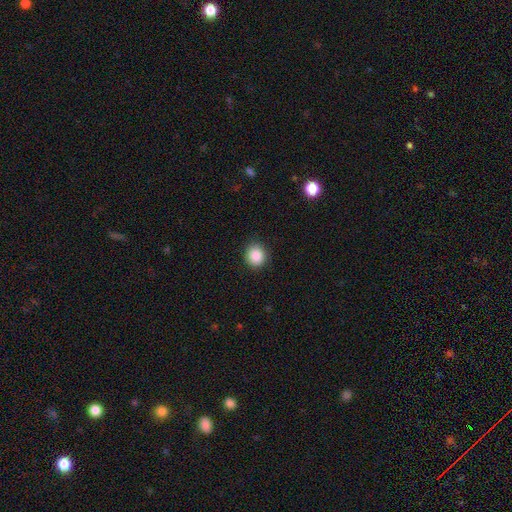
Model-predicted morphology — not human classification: Overall: smooth (88%). How rounded: round (79%). Merging: none (89%).